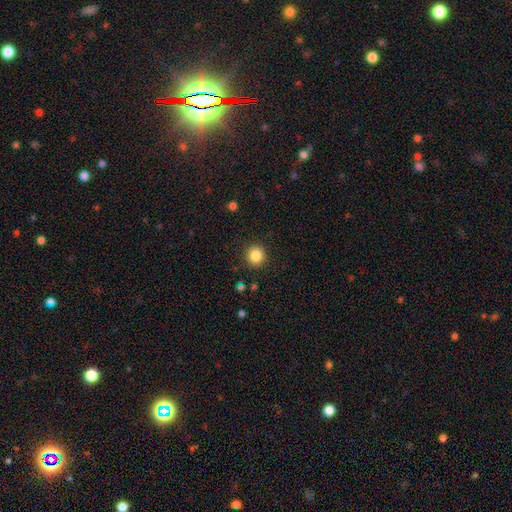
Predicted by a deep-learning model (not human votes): This is clearly a smooth galaxy (85%). How rounded: clearly round (93%). Merging: clearly none (91%).